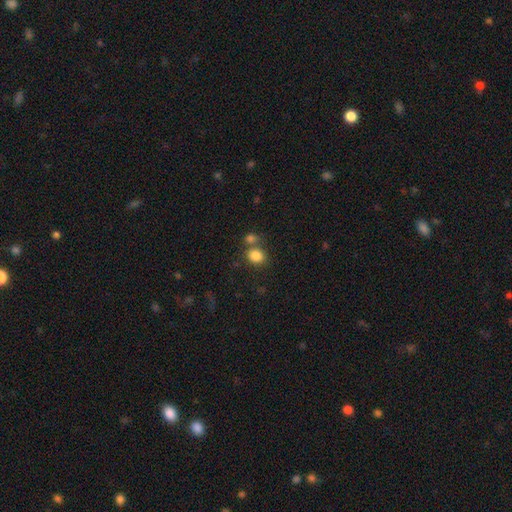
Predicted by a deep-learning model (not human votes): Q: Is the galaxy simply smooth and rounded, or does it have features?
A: smooth — 83%.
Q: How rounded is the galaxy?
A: round — 59%.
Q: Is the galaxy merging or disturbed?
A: none — 57%.